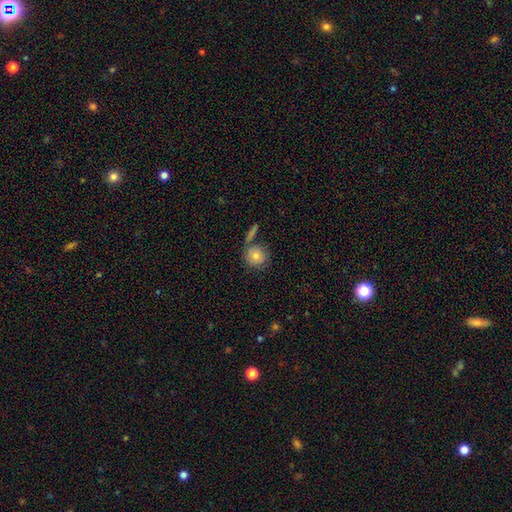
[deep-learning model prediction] Smooth or featured? Predicted: smooth (p=0.74). How rounded? Predicted: round (p=0.88). Merging? Predicted: none (p=0.69).